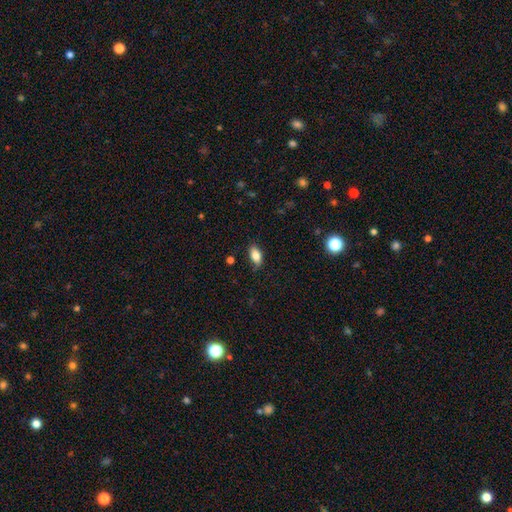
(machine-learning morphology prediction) This appears to be a smooth galaxy with no disk features (81%) that is in between round and cigar-shaped (89%). Merging: none (81%).